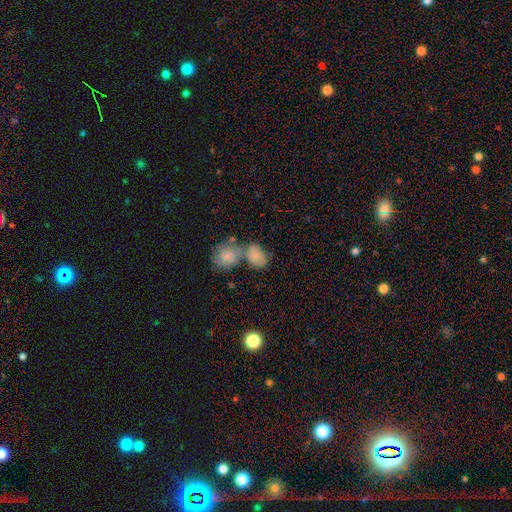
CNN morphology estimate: A smooth galaxy with no disk features (79%) that is in between round and cigar-shaped (73%).

Vote fractions:
- Smooth or featured? smooth: 79% / featured or disk: 12% / star or artifact: 9%
- How rounded? in between: 73% / round: 25% / cigar-shaped: 2%
- Merging? merger: 49% / none: 32% / minor disturbance: 13% / major disturbance: 6%